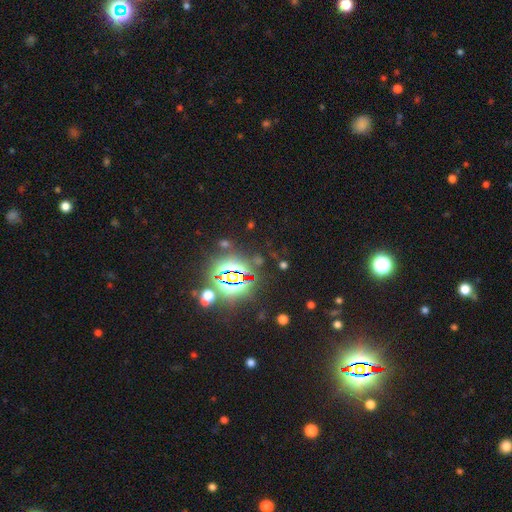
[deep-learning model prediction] Smooth or featured?
  - star or artifact: 82% *
  - smooth: 10%
  - featured or disk: 8%